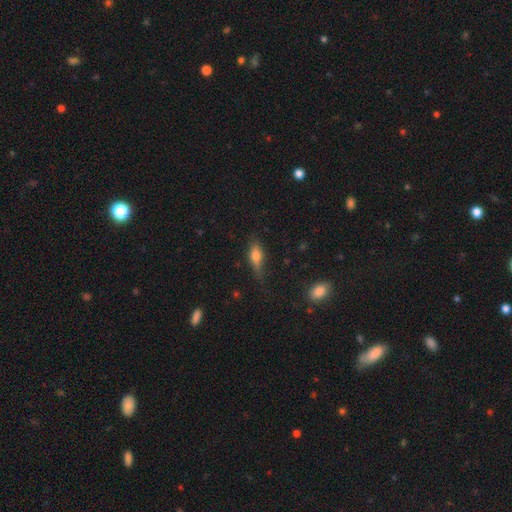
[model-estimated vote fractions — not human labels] Overall: smooth (61%; featured or disk 29%). How rounded: in between (59%; cigar-shaped 35%). Merging: none (63%; minor disturbance 26%).